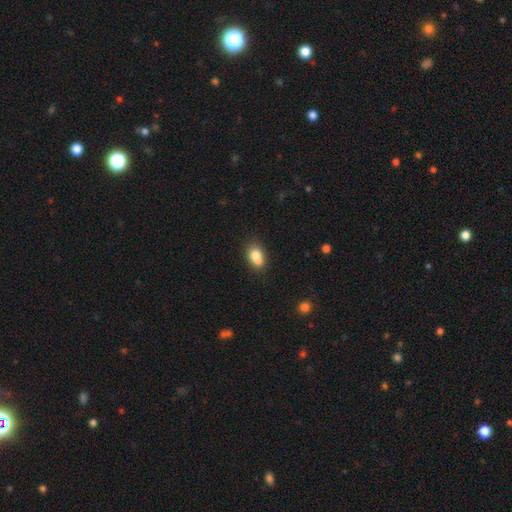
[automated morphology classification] This appears to be a smooth galaxy with no disk features (77%) that is in between round and cigar-shaped (79%). Merging: none (48%).